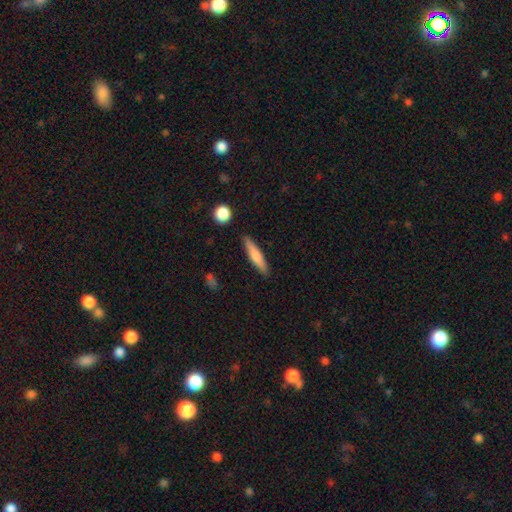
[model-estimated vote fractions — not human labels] smooth-or-featured: smooth: 65% | featured or disk: 29% | star or artifact: 6%
  how-rounded: cigar-shaped: 86% | in between: 12% | round: 2%
  merging: none: 87% | minor disturbance: 9% | merger: 2% | major disturbance: 2%